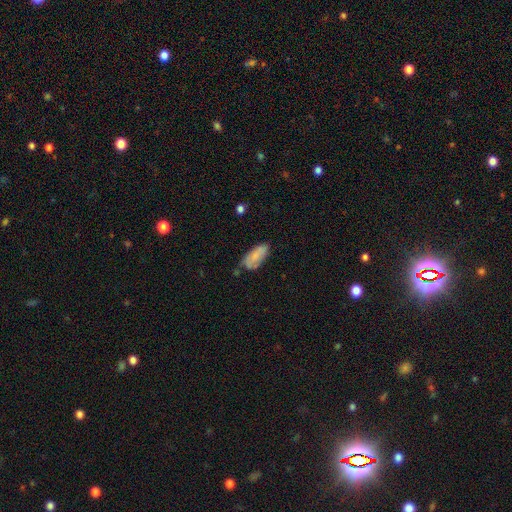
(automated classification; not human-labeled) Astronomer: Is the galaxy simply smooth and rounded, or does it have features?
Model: smooth — 77%.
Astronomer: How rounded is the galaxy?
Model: in between — 85%.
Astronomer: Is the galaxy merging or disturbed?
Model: none — 59%.